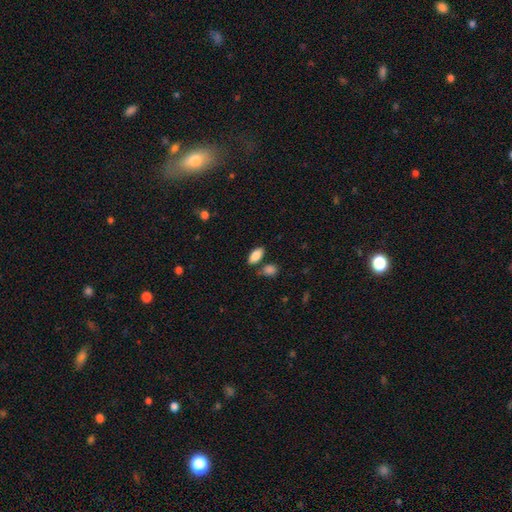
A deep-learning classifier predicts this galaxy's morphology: A smooth galaxy with no disk features (86%) that is in between round and cigar-shaped (90%).

Vote fractions:
- Smooth or featured? smooth: 86% / featured or disk: 7% / star or artifact: 7%
- How rounded? in between: 90% / cigar-shaped: 7% / round: 3%
- Merging? none: 74% / minor disturbance: 12% / merger: 11% / major disturbance: 3%